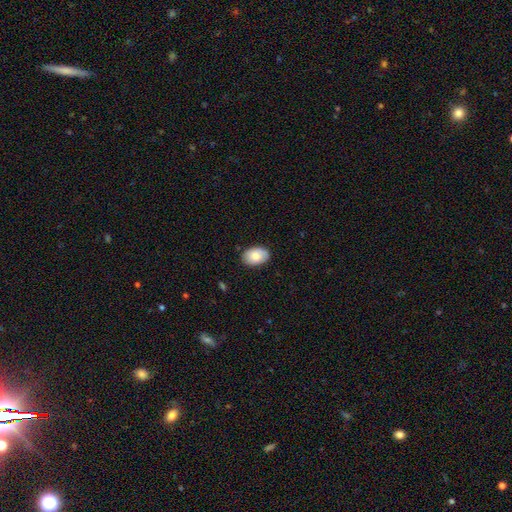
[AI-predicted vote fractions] Overall: smooth (82%). How rounded: in between (88%). Merging: none (85%).